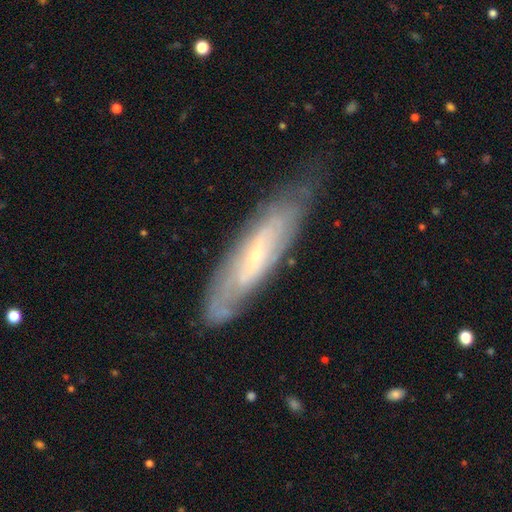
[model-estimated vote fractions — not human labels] Overall: featured or disk (70%). Edge-on disk: no (69%; yes 31%). Merging: none (67%).